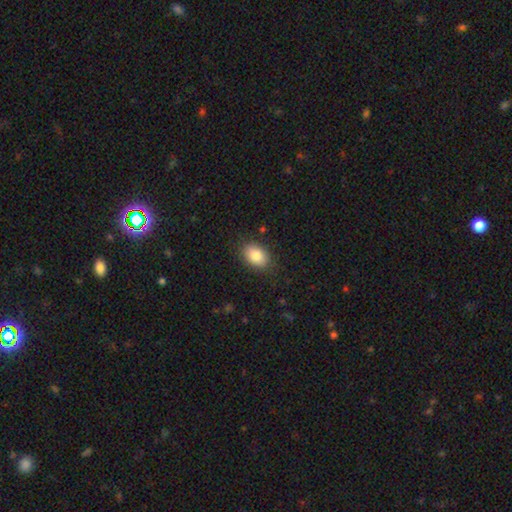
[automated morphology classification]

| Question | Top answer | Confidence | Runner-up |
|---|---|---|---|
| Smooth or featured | smooth | 84% | star or artifact (8%) |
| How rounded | in between | 81% | round (18%) |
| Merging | none | 85% | minor disturbance (11%) |